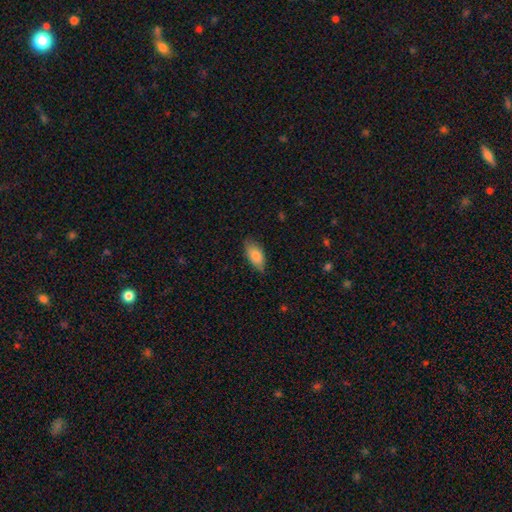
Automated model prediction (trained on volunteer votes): Q: Smooth or featured?
A: smooth (81%); runner-up: featured or disk (13%)
Q: How rounded?
A: in between (90%); runner-up: cigar-shaped (8%)
Q: Merging?
A: none (74%); runner-up: minor disturbance (22%)